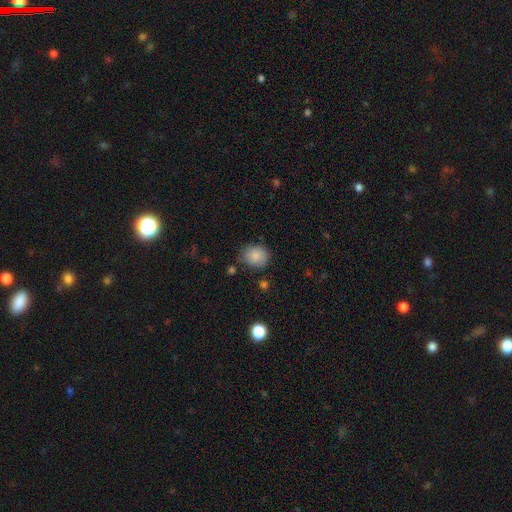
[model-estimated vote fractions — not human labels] smooth 86%, star or artifact 8%, featured or disk 5%. Down the decision tree: how rounded — round (76%); merging — none (79%).